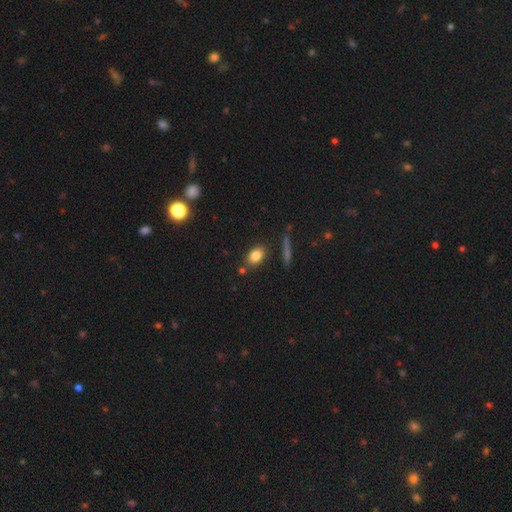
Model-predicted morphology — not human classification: Smooth or featured? Predicted: smooth (p=0.82). How rounded? Predicted: in between (p=0.74). Merging? Predicted: none (p=0.78).